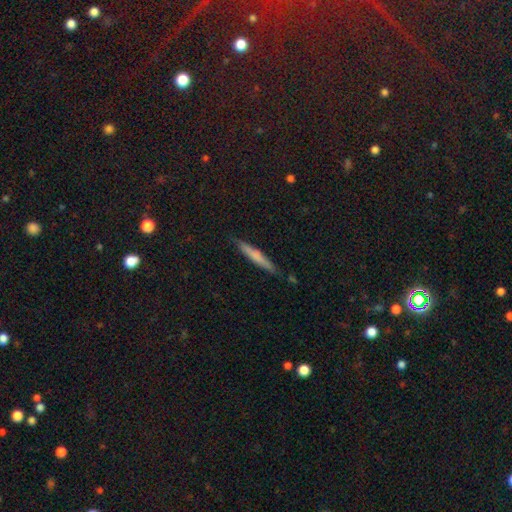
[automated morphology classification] smooth-or-featured: smooth: 63% | featured or disk: 31% | star or artifact: 6%
  how-rounded: cigar-shaped: 94% | in between: 4% | round: 1%
  merging: none: 86% | minor disturbance: 10% | merger: 2% | major disturbance: 2%